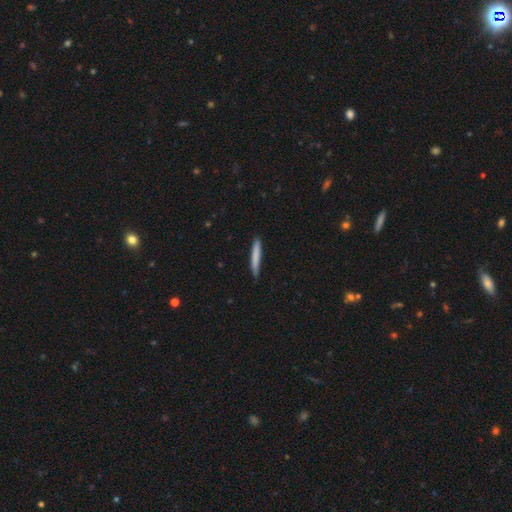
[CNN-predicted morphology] A smooth galaxy with no disk features (78%) that is cigar-shaped (95%). Merging: none (86%).